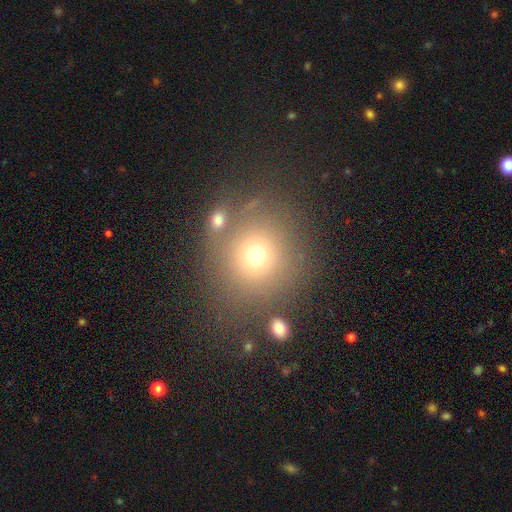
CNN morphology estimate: Smooth or featured: smooth — 67% (star or artifact — 20%)
How rounded: round — 89% (in between — 10%)
Merging: none — 72% (minor disturbance — 12%)